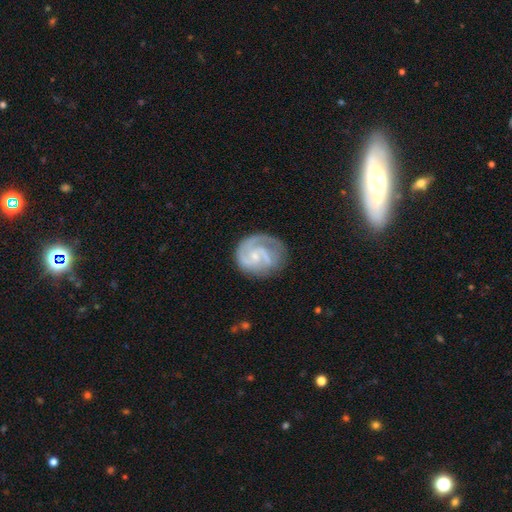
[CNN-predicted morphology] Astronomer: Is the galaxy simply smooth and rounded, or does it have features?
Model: featured or disk — 80%.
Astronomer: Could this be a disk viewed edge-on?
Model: no — 98%.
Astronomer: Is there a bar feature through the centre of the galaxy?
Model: no — 54% (runner-up: weak, 39%).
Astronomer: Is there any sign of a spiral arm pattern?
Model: yes — 94%.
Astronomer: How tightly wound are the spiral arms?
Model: tight — 43%, tied with medium at 43%.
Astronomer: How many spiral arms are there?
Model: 2 — 52%.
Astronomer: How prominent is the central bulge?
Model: small — 67%.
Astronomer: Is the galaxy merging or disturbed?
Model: none — 62%.